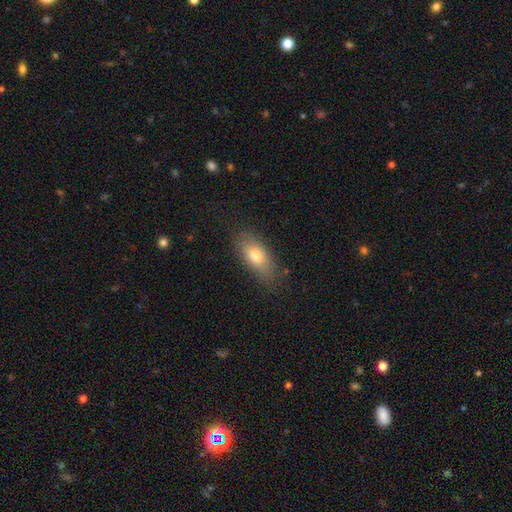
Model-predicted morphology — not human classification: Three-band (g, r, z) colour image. It shows a smooth galaxy with no disk features (75%) that is in between round and cigar-shaped (81%). Merging: none (80%).